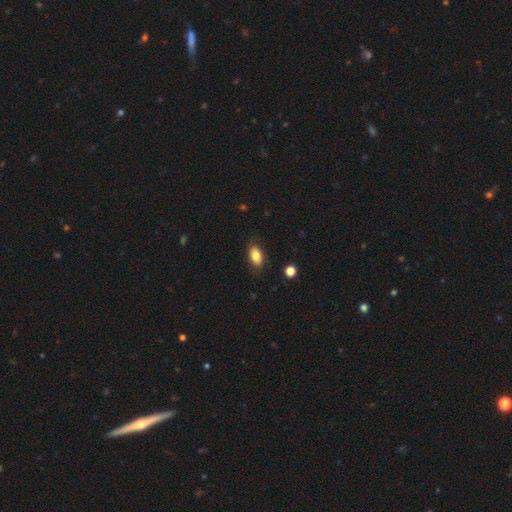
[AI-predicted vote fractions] Q: Smooth or featured?
A: smooth (80%); runner-up: featured or disk (12%)
Q: How rounded?
A: in between (90%); runner-up: round (8%)
Q: Merging?
A: none (80%); runner-up: minor disturbance (15%)